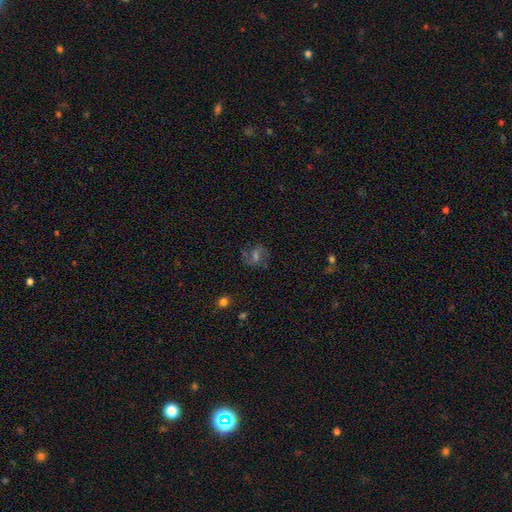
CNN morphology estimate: Smooth or featured? Predicted: featured or disk (p=0.67). Edge-on disk? Predicted: no (p=0.97). Bar? Predicted: weak (p=0.51). Spiral arms? Predicted: yes (p=0.92). Spiral winding? Predicted: medium (p=0.53). Spiral arm count? Predicted: 2 (p=0.85). Bulge size? Predicted: moderate (p=0.39). Merging? Predicted: none (p=0.77).